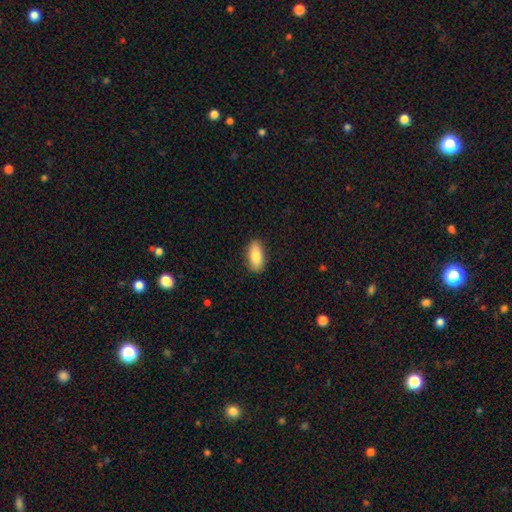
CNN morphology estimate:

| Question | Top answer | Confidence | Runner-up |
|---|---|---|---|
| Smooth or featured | smooth | 80% | featured or disk (13%) |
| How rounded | in between | 86% | cigar-shaped (11%) |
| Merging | none | 87% | minor disturbance (10%) |